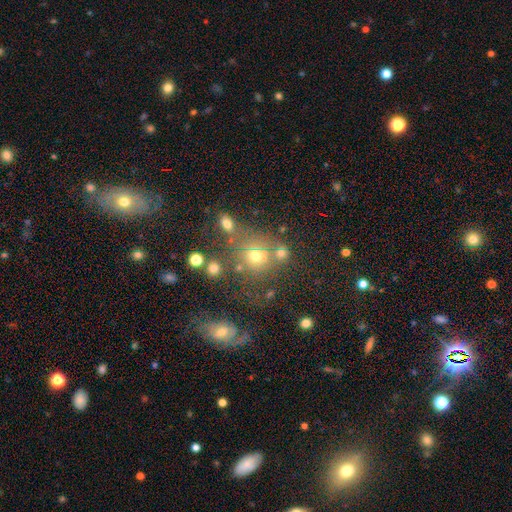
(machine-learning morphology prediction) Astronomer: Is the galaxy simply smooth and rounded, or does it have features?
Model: smooth — 62%.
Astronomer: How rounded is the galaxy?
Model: round — 78%.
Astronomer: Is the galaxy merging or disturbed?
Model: none — 53%.